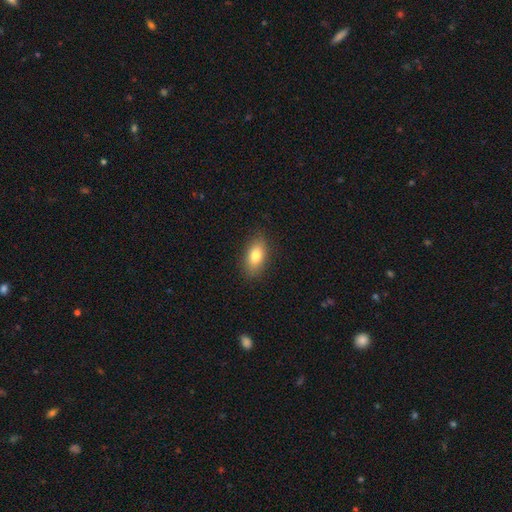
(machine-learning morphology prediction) This is clearly a smooth galaxy (80%). How rounded: clearly in between (88%). Merging: clearly none (87%).